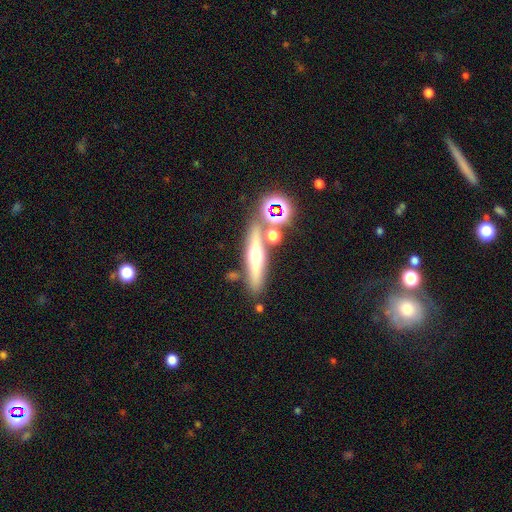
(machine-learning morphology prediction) Smooth or featured?
  - featured or disk: 58% *
  - smooth: 29%
  - star or artifact: 13%
Edge-on disk?
  - yes: 91% *
  - no: 9%
Edge-on bulge?
  - rounded: 94% *
  - boxy: 3%
  - none: 3%
Merging?
  - none: 78% *
  - merger: 10%
  - minor disturbance: 9%
  - major disturbance: 3%